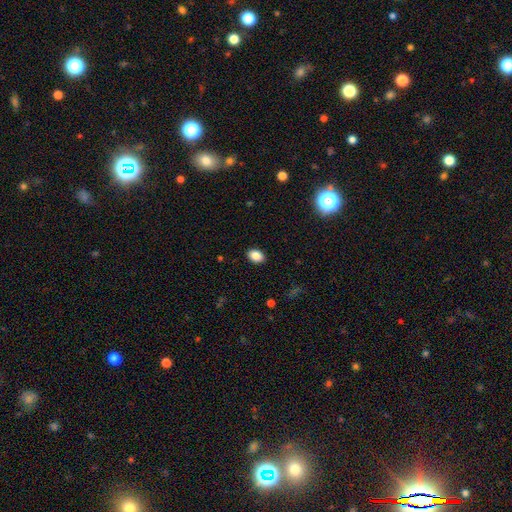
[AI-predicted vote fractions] A smooth galaxy with no disk features (86%) that is in between round and cigar-shaped (78%). Merging: none (89%).